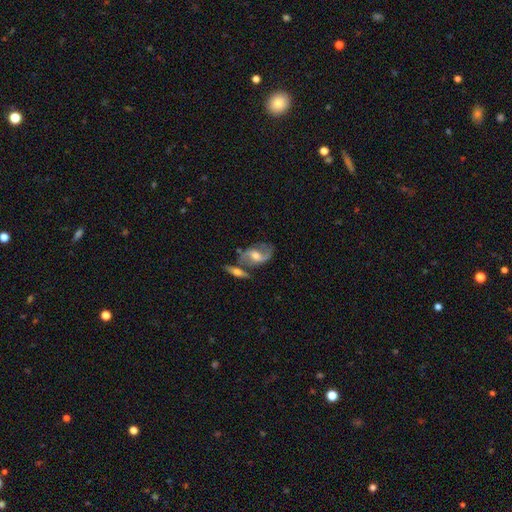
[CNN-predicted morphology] A featured or disk galaxy (81%) with a weak bar (46%), 2 (88%) medium (47%) spiral arms (94%) and a moderate central bulge (65%).

Vote fractions:
- Smooth or featured? featured or disk: 81% / smooth: 12% / star or artifact: 7%
- Edge-on disk? no: 94% / yes: 6%
- Bar? weak: 46% / no: 37% / strong: 17%
- Spiral arms? yes: 94% / no: 6%
- Spiral winding? medium: 47% / loose: 38% / tight: 15%
- Spiral arm count? 2: 88% / can't tell: 5% / 1: 4% / 3: 2% / 4: 1% / more than 4: 1%
- Bulge size? moderate: 65% / small: 22% / large: 9% / none: 3% / dominant: 1%
- Merging? none: 48% / merger: 30% / minor disturbance: 14% / major disturbance: 8%